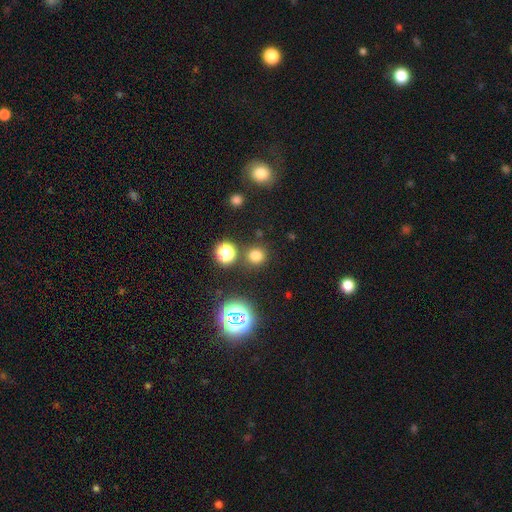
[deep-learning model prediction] Smooth or featured? smooth (72%)
How rounded? round (90%)
Merging? none (84%)